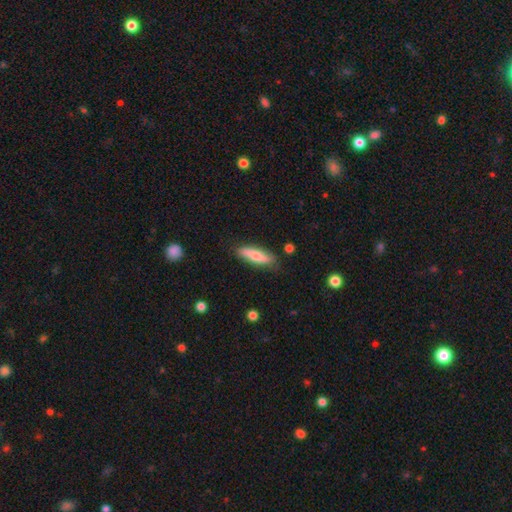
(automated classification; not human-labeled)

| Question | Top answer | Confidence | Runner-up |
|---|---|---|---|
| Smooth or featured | smooth | 67% | featured or disk (27%) |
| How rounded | cigar-shaped | 59% | in between (39%) |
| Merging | none | 80% | minor disturbance (15%) |